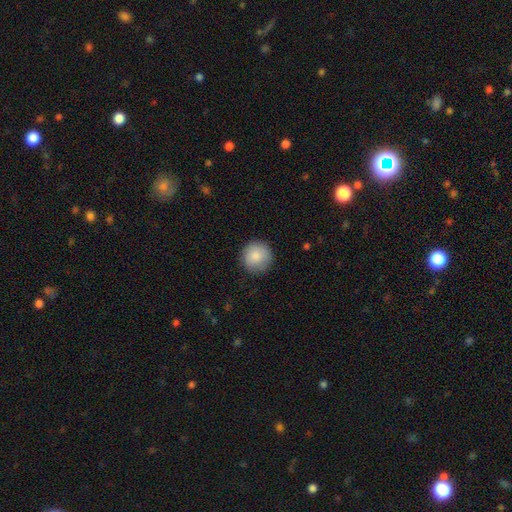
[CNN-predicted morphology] This appears to be a smooth galaxy with no disk features (86%) that is round (94%). Merging: none (87%).